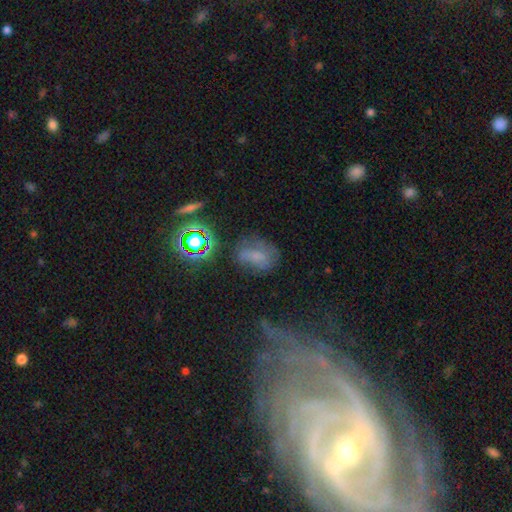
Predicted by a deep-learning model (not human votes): A smooth galaxy with no disk features (47%).

Vote fractions:
- Smooth or featured? smooth: 47% / featured or disk: 29% / star or artifact: 24%
- Merging? none: 48% / minor disturbance: 25% / major disturbance: 20% / merger: 6%